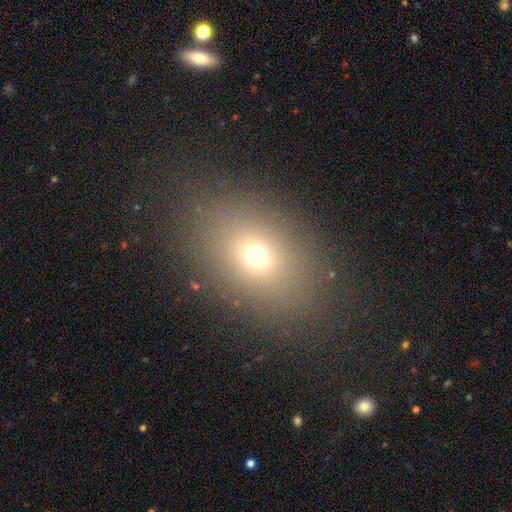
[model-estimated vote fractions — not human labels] The model was most divided on "how rounded": in between: 63%, round: 35%, cigar-shaped: 2%. More confident: merging — none (80%); smooth or featured — smooth (67%).